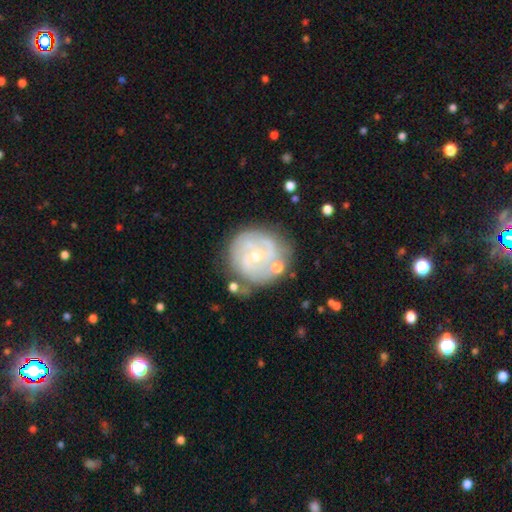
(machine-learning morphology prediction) Smooth or featured: featured or disk — 79% (smooth — 15%)
Edge-on disk: no — 98% (yes — 2%)
Bar: no — 70% (weak — 25%)
Spiral arms: yes — 90% (no — 10%)
Spiral winding: tight — 65% (medium — 28%)
Spiral arm count: 2 — 29% (can't tell — 28%)
Bulge size: small — 64% (moderate — 33%)
Merging: none — 71% (minor disturbance — 17%)